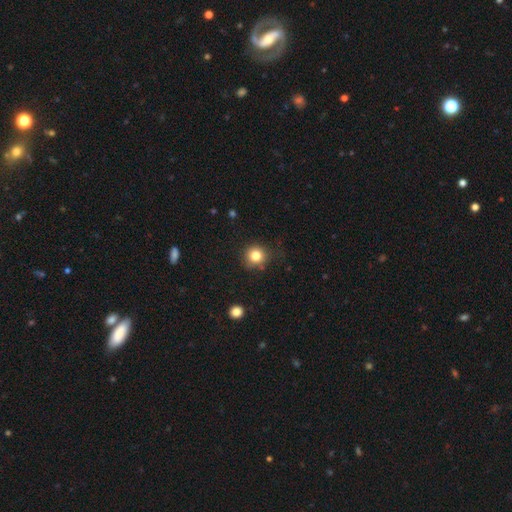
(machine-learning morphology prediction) Smooth or featured? smooth (82%)
How rounded? round (91%)
Merging? none (81%)